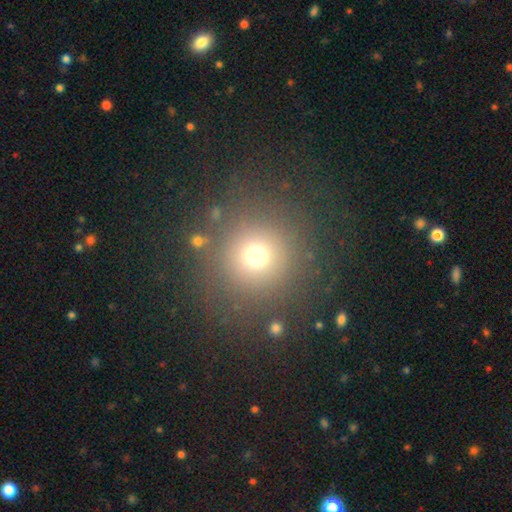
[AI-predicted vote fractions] Smooth or featured: smooth — 71% (star or artifact — 20%)
How rounded: round — 94% (in between — 5%)
Merging: none — 84% (minor disturbance — 8%)